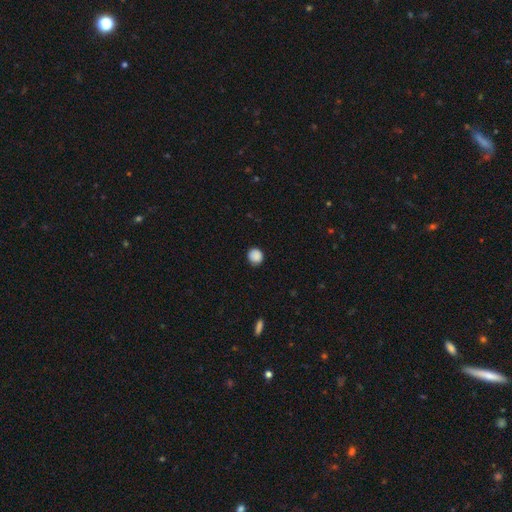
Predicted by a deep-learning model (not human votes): smooth-or-featured: smooth: 88% | star or artifact: 9% | featured or disk: 3%
  how-rounded: round: 90% | in between: 9% | cigar-shaped: 1%
  merging: none: 86% | minor disturbance: 11% | major disturbance: 2% | merger: 1%